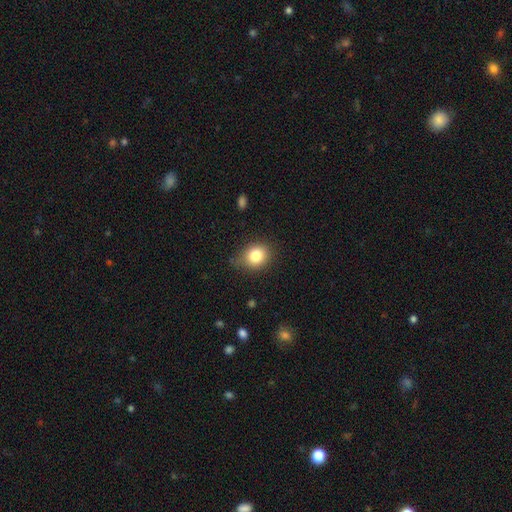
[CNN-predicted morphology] The model was most divided on "how rounded": round: 59%, in between: 40%, cigar-shaped: 1%. More confident: smooth or featured — smooth (82%); merging — none (74%).